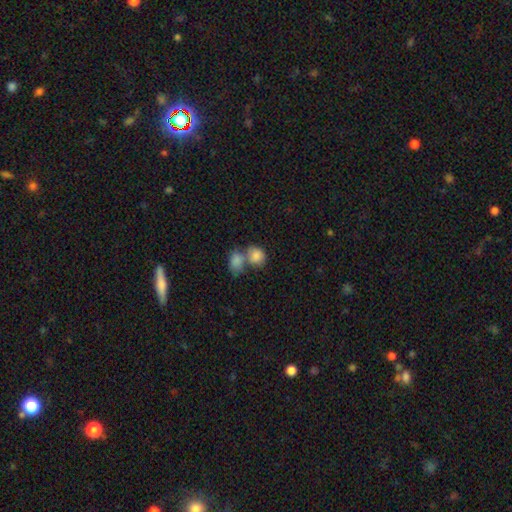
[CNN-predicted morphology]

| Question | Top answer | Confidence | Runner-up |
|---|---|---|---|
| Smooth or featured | smooth | 84% | featured or disk (9%) |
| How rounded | round | 56% | in between (43%) |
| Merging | merger | 59% | none (28%) |